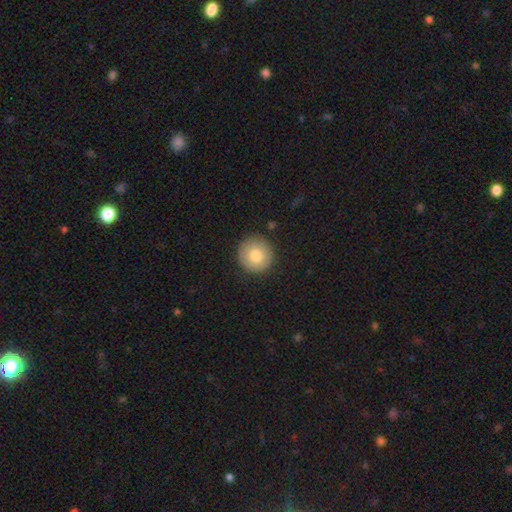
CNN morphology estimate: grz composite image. It shows a smooth galaxy with no disk features (78%) that is round (96%). Merging: none (89%).